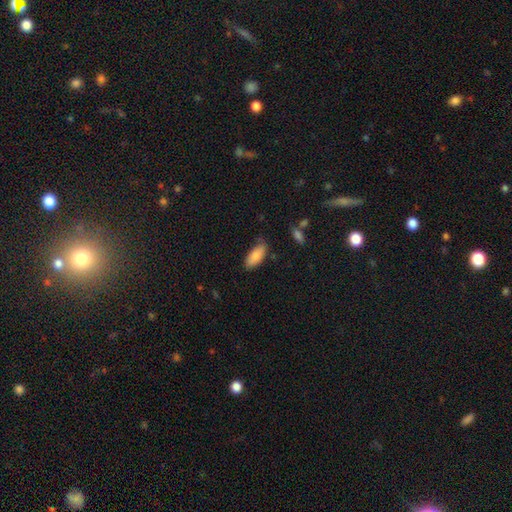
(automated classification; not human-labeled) Morphology: type=smooth (85%); roundness=in between (85%); merging=none (75%).